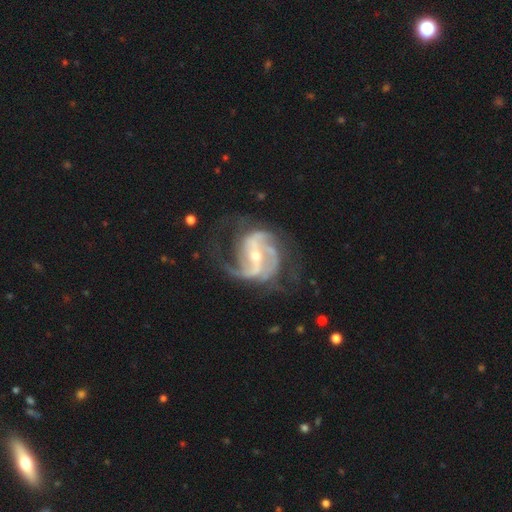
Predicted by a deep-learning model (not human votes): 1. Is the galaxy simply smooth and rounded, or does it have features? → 92% featured or disk, 5% star or artifact, 3% smooth.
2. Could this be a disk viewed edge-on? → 98% no, 2% yes.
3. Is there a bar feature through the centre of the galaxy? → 46% strong, 36% weak, 18% no.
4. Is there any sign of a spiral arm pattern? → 98% yes, 2% no.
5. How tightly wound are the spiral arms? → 51% medium, 27% loose, 22% tight.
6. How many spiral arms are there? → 51% 2, 24% 3, 10% can't tell, 6% 4, 5% 1, 4% more than 4.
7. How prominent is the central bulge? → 62% small, 35% moderate, 1% large, 1% none, 1% dominant.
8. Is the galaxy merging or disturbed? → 58% none, 20% major disturbance, 20% minor disturbance, 2% merger.